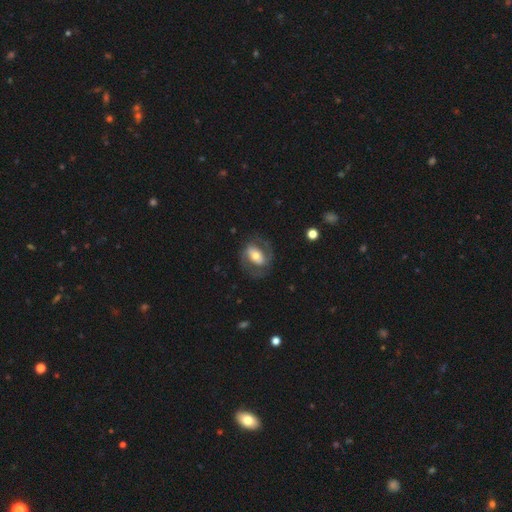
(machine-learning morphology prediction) Smooth or featured? Predicted: featured or disk (p=0.65). Edge-on disk? Predicted: no (p=0.95). Bar? Predicted: strong (p=0.39). Spiral arms? Predicted: yes (p=0.72). Bulge size? Predicted: moderate (p=0.59). Merging? Predicted: none (p=0.69).